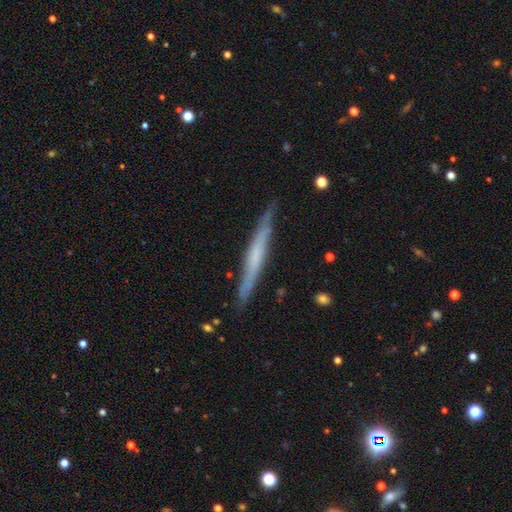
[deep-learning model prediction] A featured or disk galaxy (55%) viewed edge-on (95%) with no central bulge (68%). Merging: none (86%).